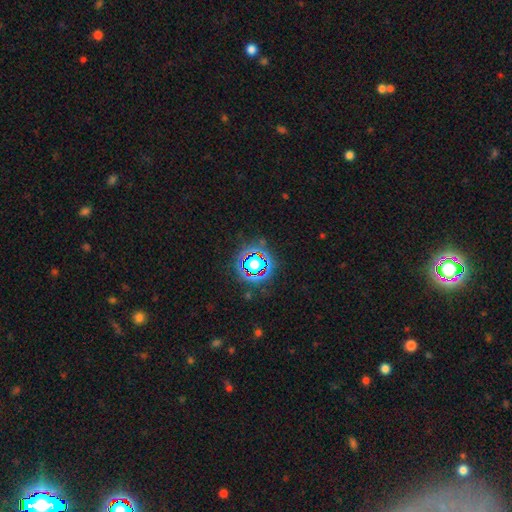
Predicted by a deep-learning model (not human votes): Smooth or featured?
  - star or artifact: 80% *
  - smooth: 12%
  - featured or disk: 8%